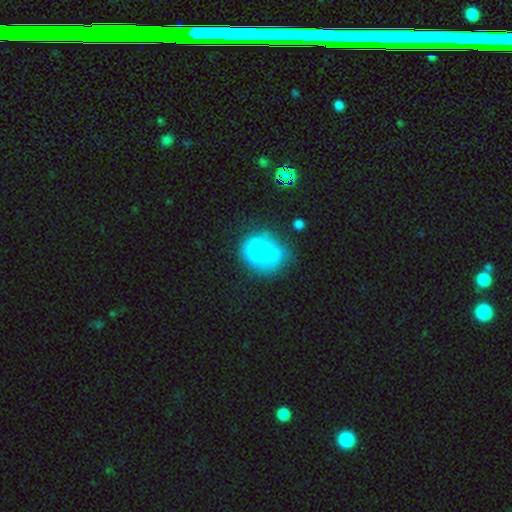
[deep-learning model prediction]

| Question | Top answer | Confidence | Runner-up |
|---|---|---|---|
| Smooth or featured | smooth | 56% | featured or disk (33%) |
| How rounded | round | 59% | in between (40%) |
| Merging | none | 33% | merger (24%) |